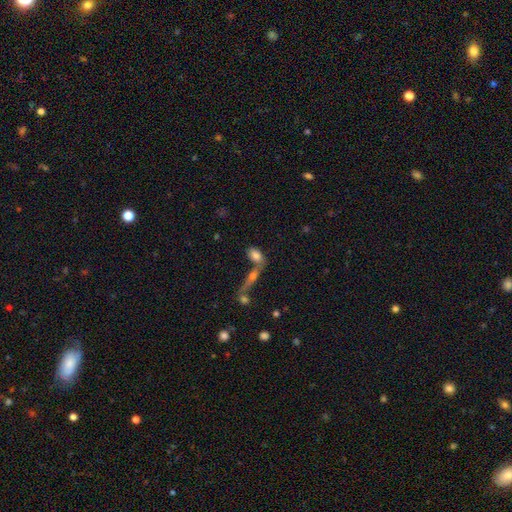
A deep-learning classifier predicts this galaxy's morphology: Smooth or featured? smooth (73%)
How rounded? in between (85%)
Merging? none (45%)